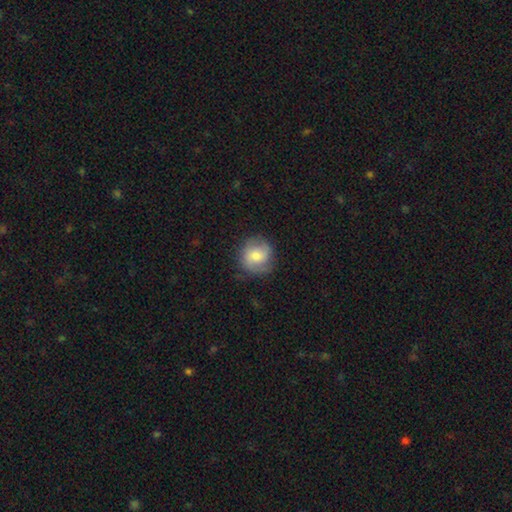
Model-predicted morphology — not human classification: smooth_or_featured: smooth (p=0.63) [alt: featured or disk p=0.30]
how_rounded: round (p=0.88) [alt: in between p=0.11]
merging: none (p=0.76) [alt: minor disturbance p=0.17]